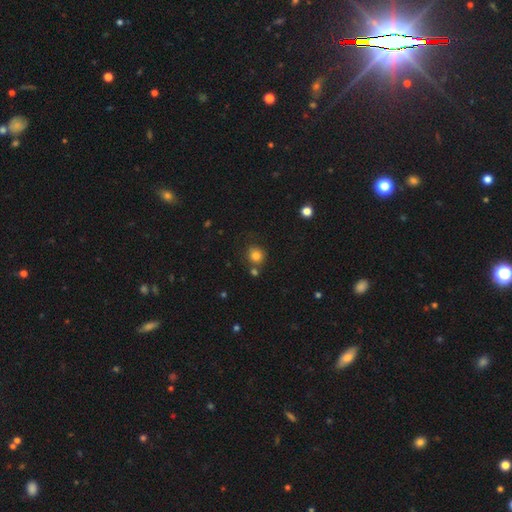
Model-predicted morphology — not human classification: A smooth galaxy with no disk features (81%) that is round (85%).

Vote fractions:
- Smooth or featured? smooth: 81% / star or artifact: 12% / featured or disk: 6%
- How rounded? round: 85% / in between: 14% / cigar-shaped: 1%
- Merging? none: 70% / merger: 13% / minor disturbance: 12% / major disturbance: 4%